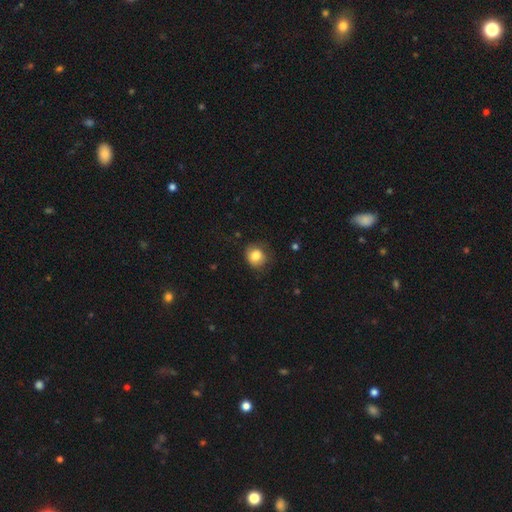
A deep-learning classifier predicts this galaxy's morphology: smooth_or_featured: smooth (p=0.81) [alt: featured or disk p=0.10]
how_rounded: round (p=0.76) [alt: in between p=0.24]
merging: none (p=0.70) [alt: minor disturbance p=0.22]